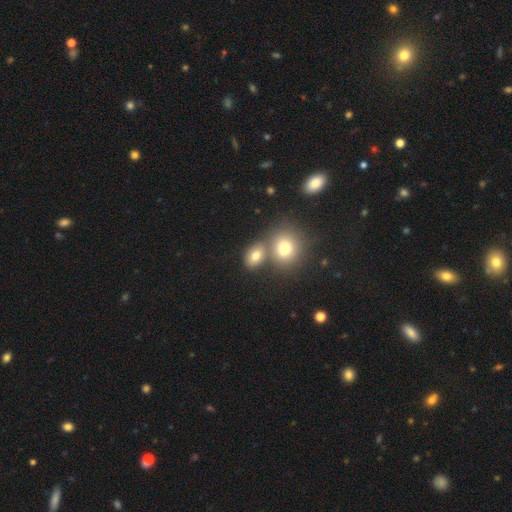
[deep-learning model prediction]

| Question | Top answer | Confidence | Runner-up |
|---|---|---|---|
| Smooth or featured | smooth | 77% | star or artifact (12%) |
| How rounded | in between | 66% | round (32%) |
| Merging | none | 52% | merger (35%) |